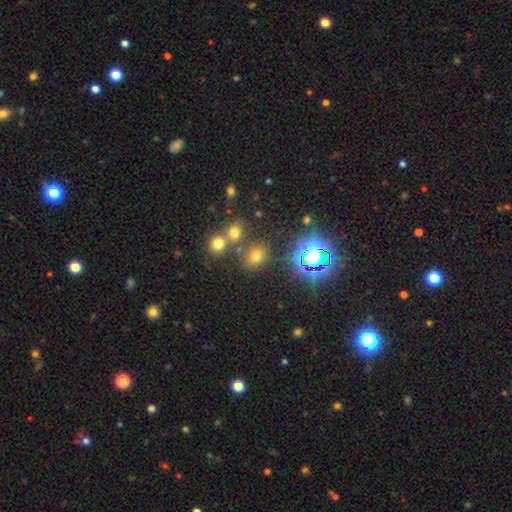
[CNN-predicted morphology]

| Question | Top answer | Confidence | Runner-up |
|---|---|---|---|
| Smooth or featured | smooth | 60% | star or artifact (31%) |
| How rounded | round | 56% | in between (42%) |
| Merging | none | 75% | merger (11%) |